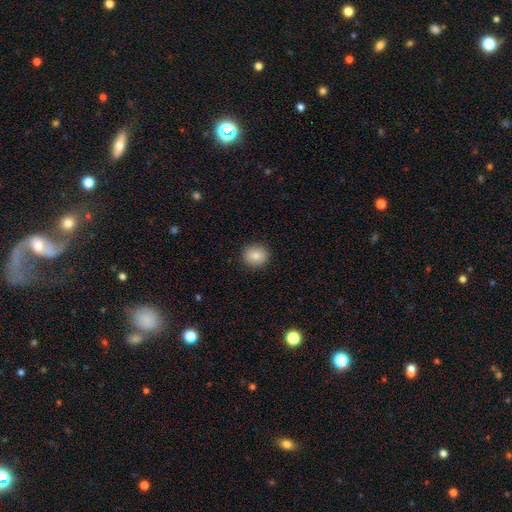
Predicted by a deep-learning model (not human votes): Morphology: type=smooth (85%); roundness=round (81%); merging=none (90%).